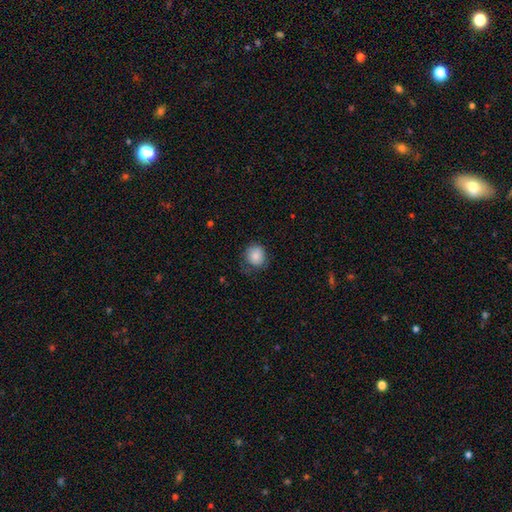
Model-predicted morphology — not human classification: smooth 86%, star or artifact 8%, featured or disk 6%. Down the decision tree: how rounded — round (82%); merging — none (64%).